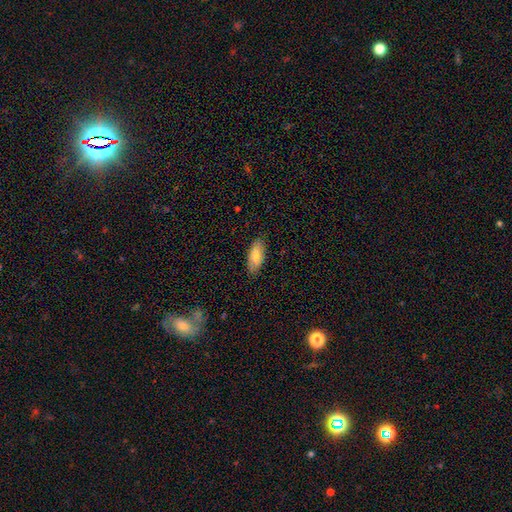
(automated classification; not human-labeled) smooth_or_featured: smooth (p=0.75) [alt: featured or disk p=0.19]
how_rounded: in between (p=0.83) [alt: cigar-shaped p=0.15]
merging: none (p=0.84) [alt: minor disturbance p=0.12]